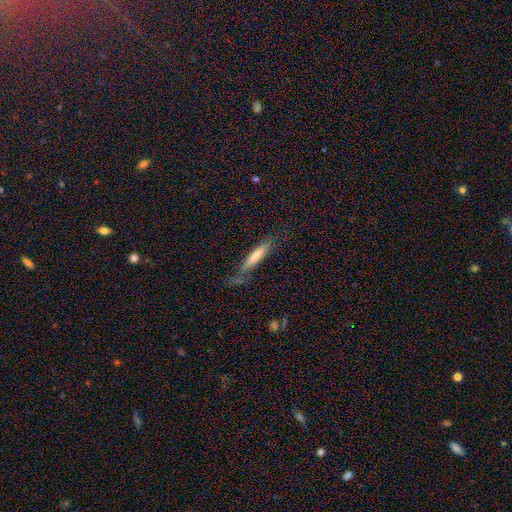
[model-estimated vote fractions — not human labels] smooth-or-featured: smooth: 56% | featured or disk: 37% | star or artifact: 7%
  how-rounded: cigar-shaped: 90% | in between: 9% | round: 1%
  merging: none: 70% | minor disturbance: 20% | major disturbance: 7% | merger: 3%